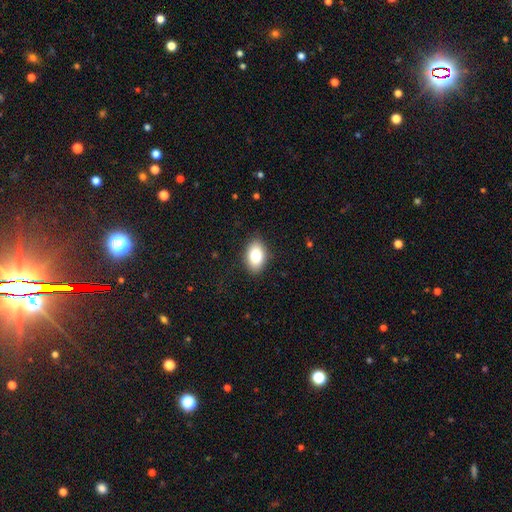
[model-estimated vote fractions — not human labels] smooth-or-featured: smooth: 81% | featured or disk: 11% | star or artifact: 8%
  how-rounded: in between: 89% | round: 10% | cigar-shaped: 1%
  merging: none: 87% | minor disturbance: 10% | major disturbance: 2% | merger: 1%